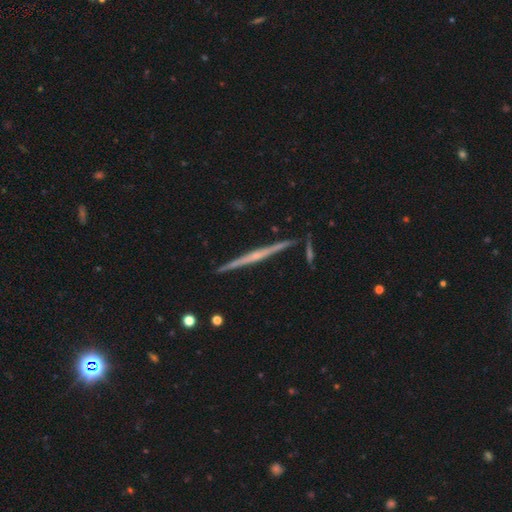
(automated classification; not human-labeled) Q: Smooth or featured?
A: featured or disk (80%); runner-up: smooth (14%)
Q: Edge-on disk?
A: yes (98%); runner-up: no (2%)
Q: Edge-on bulge?
A: rounded (56%); runner-up: none (36%)
Q: Merging?
A: none (89%); runner-up: minor disturbance (7%)